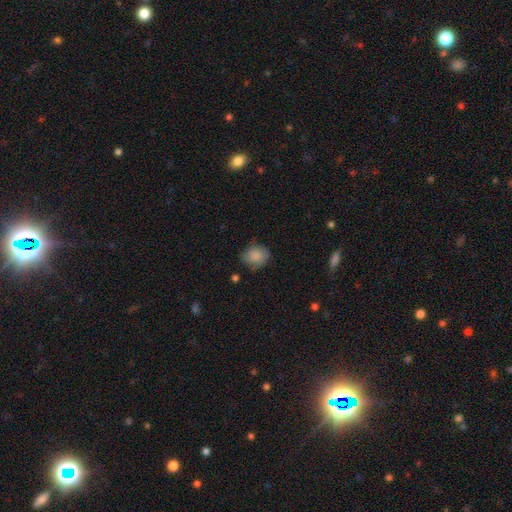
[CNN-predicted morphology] A smooth galaxy with no disk features (81%) that is round (63%). Merging: none (64%).